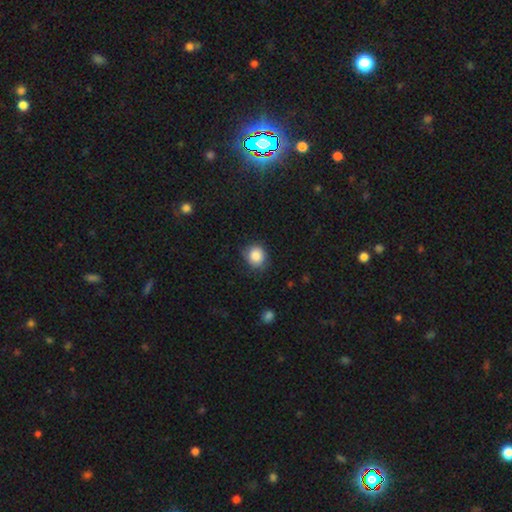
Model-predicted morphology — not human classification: Smooth or featured? Predicted: smooth (p=0.86). How rounded? Predicted: round (p=0.78). Merging? Predicted: none (p=0.76).